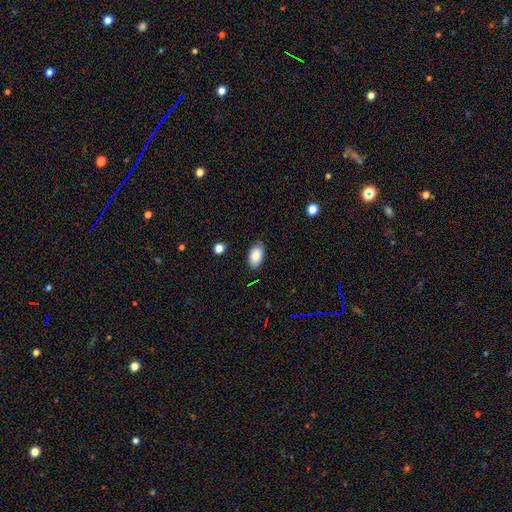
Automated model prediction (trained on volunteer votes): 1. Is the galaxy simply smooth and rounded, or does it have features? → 85% smooth, 7% featured or disk, 7% star or artifact.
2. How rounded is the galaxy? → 94% in between, 5% round, 1% cigar-shaped.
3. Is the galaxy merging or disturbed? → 83% none, 13% minor disturbance, 2% major disturbance, 1% merger.